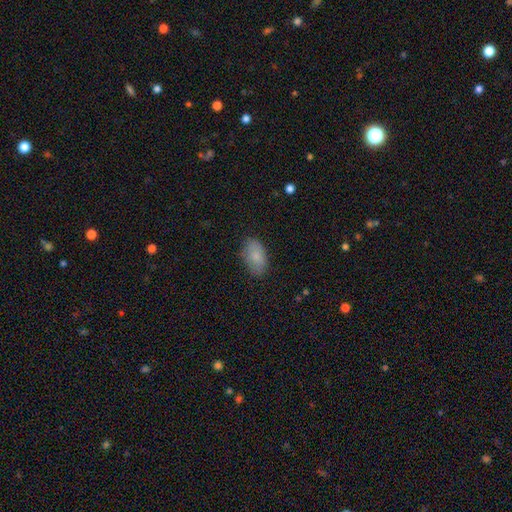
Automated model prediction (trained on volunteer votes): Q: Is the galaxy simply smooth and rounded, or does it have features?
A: smooth — 84%.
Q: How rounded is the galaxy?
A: in between — 93%.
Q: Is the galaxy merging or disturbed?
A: none — 82%.